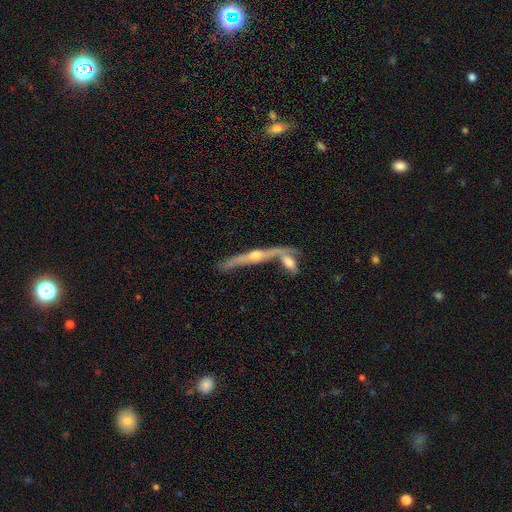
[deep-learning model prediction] Smooth or featured: featured or disk — 79% (smooth — 13%)
Edge-on disk: yes — 94% (no — 6%)
Edge-on bulge: rounded — 90% (none — 6%)
Merging: none — 54% (merger — 28%)